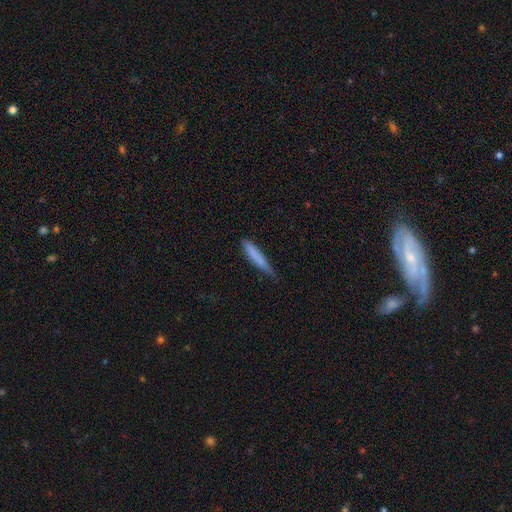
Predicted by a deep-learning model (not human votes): Smooth or featured? Predicted: smooth (p=0.77). How rounded? Predicted: cigar-shaped (p=0.92). Merging? Predicted: none (p=0.66).